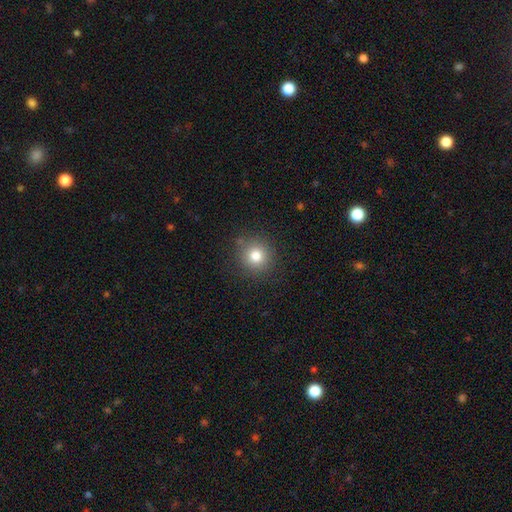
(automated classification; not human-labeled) Smooth or featured? Predicted: smooth (p=0.80). How rounded? Predicted: round (p=0.93). Merging? Predicted: none (p=0.86).